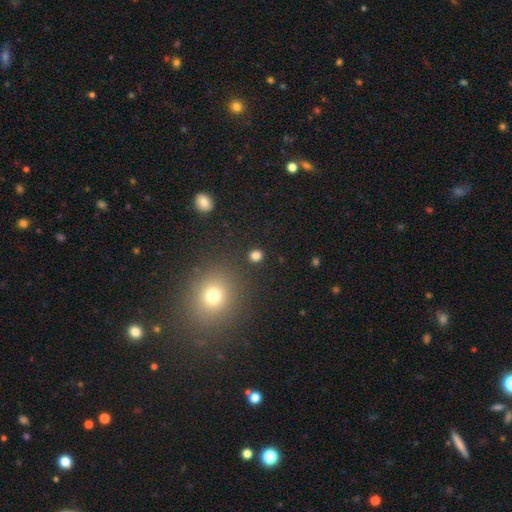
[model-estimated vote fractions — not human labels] This appears to be a smooth galaxy with no disk features (80%) that is round (85%). Merging: none (88%).